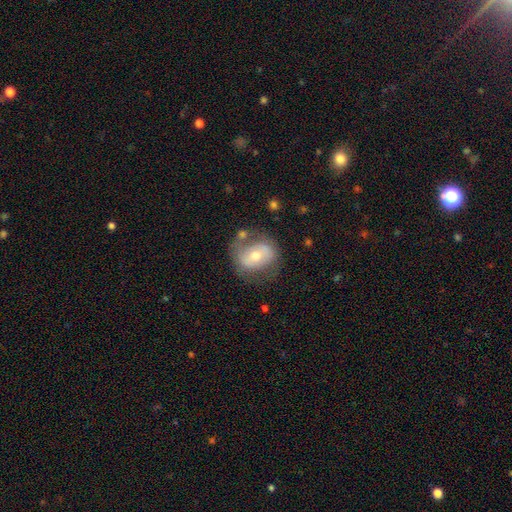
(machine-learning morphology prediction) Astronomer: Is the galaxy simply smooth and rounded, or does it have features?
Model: featured or disk — 56% (runner-up: smooth, 37%).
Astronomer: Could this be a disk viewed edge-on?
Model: no — 96%.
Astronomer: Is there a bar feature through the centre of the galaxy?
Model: no — 47% (runner-up: weak, 36%).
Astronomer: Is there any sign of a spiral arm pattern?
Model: yes — 65%.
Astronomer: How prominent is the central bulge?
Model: moderate — 64%.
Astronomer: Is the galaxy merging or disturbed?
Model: none — 54%.